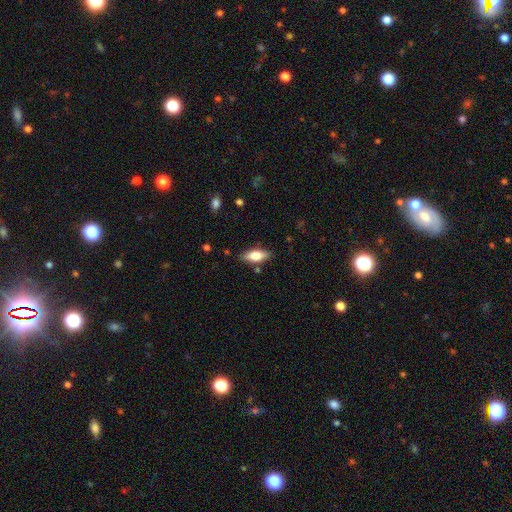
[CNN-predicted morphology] Smooth or featured?
  - smooth: 70% *
  - featured or disk: 23%
  - star or artifact: 7%
How rounded?
  - in between: 77% *
  - cigar-shaped: 21%
  - round: 3%
Merging?
  - none: 83% *
  - minor disturbance: 13%
  - major disturbance: 3%
  - merger: 2%